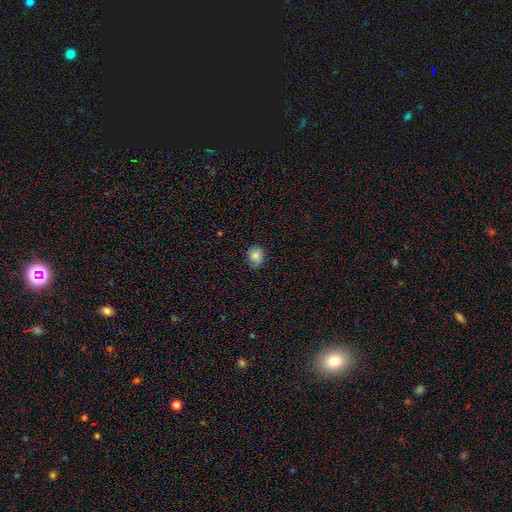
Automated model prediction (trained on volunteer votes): Q: Smooth or featured?
A: smooth (84%); runner-up: star or artifact (10%)
Q: How rounded?
A: round (64%); runner-up: in between (35%)
Q: Merging?
A: none (81%); runner-up: minor disturbance (16%)